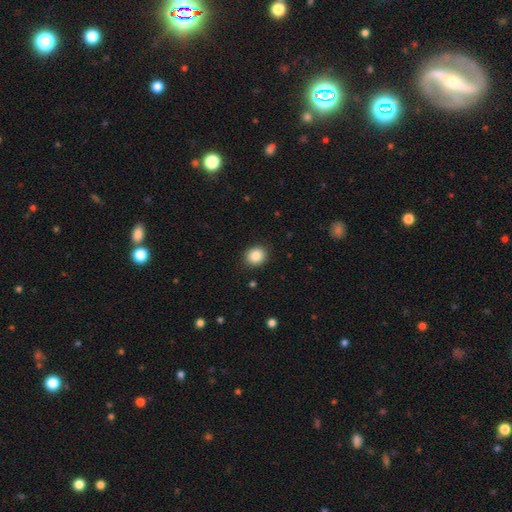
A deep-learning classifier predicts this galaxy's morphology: Q: Smooth or featured?
A: smooth (87%); runner-up: star or artifact (9%)
Q: How rounded?
A: round (73%); runner-up: in between (26%)
Q: Merging?
A: none (90%); runner-up: minor disturbance (7%)